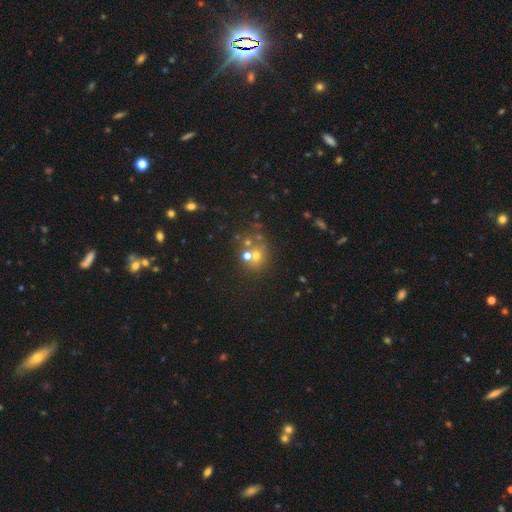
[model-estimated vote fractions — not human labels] A smooth galaxy with no disk features (48%). Merging: none (44%).